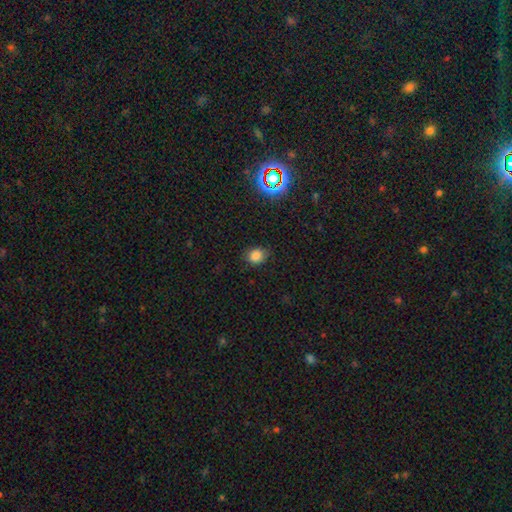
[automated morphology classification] A smooth galaxy with no disk features (79%) that is round (62%). Merging: none (80%).